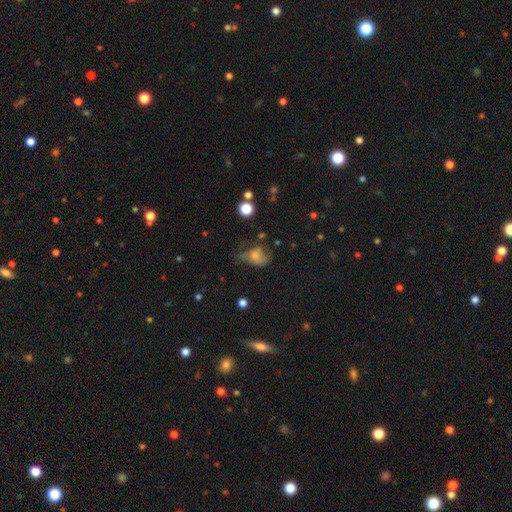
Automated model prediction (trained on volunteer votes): This is likely a smooth galaxy (63%). How rounded: likely in between (73%). Merging: marginally major disturbance (35%).